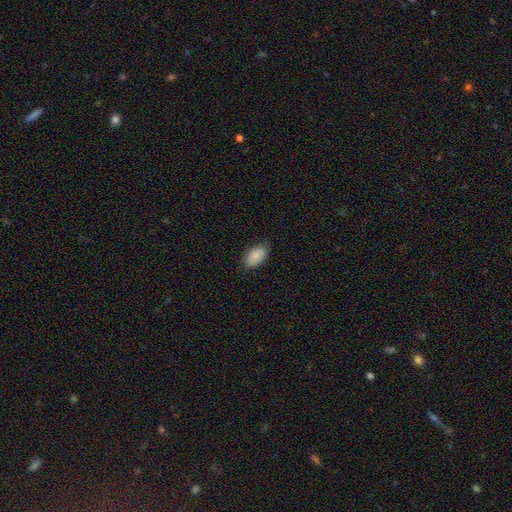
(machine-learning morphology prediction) The model was most divided on "merging": none: 81%, minor disturbance: 15%, major disturbance: 3%, merger: 1%. More confident: how rounded — in between (93%); smooth or featured — smooth (85%).